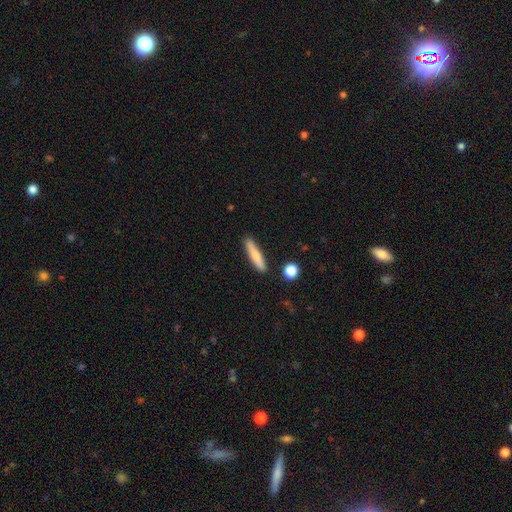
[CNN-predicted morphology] This is likely a smooth galaxy (72%). How rounded: clearly cigar-shaped (87%). Merging: clearly none (85%).